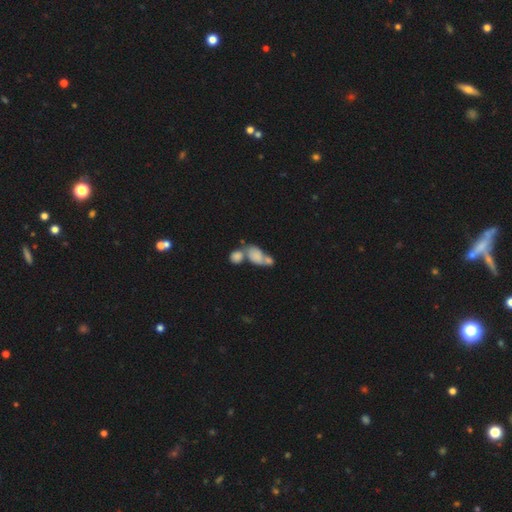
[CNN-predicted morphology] smooth_or_featured: smooth (p=0.73) [alt: featured or disk p=0.18]
how_rounded: in between (p=0.80) [alt: round p=0.16]
merging: merger (p=0.66) [alt: none p=0.19]